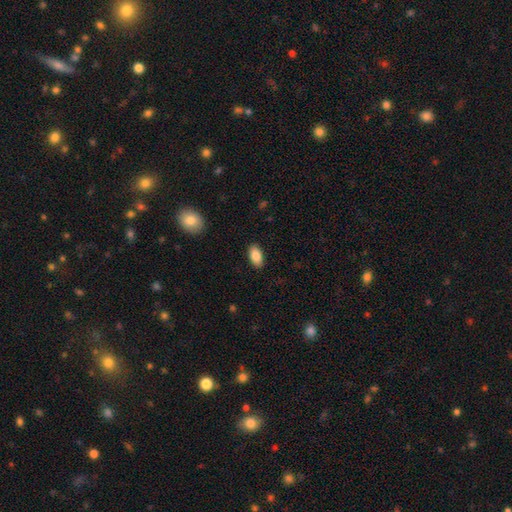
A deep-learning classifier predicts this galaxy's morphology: A smooth galaxy with no disk features (86%) that is in between round and cigar-shaped (94%). Merging: none (88%).